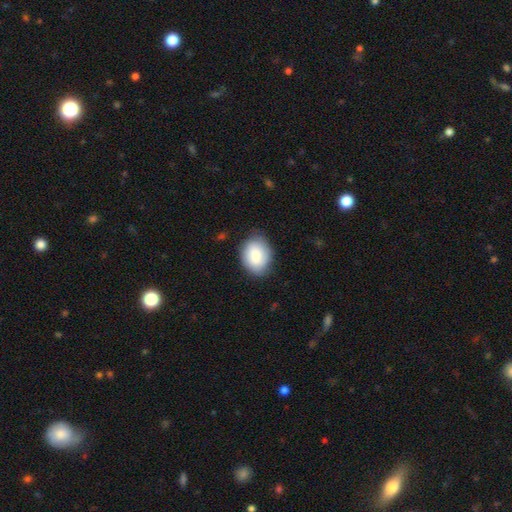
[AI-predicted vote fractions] A smooth galaxy with no disk features (83%) that is in between round and cigar-shaped (63%). Merging: none (76%).